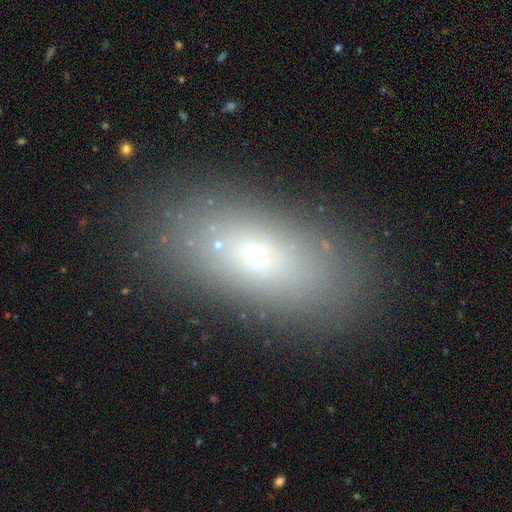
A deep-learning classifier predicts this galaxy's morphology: smooth 63%, featured or disk 21%, star or artifact 16%. Down the decision tree: how rounded — in between (79%); merging — none (82%).